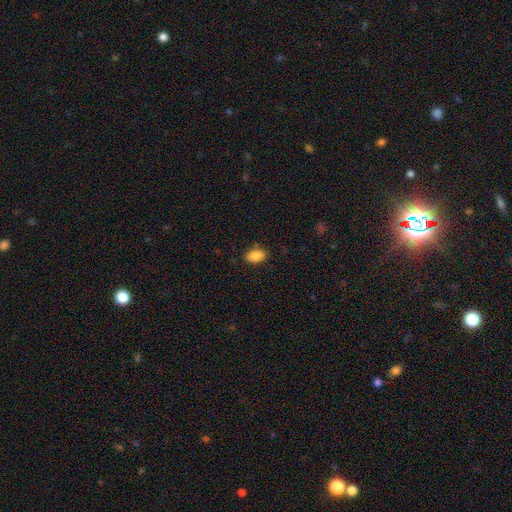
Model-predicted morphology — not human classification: Smooth or featured? Predicted: smooth (p=0.88). How rounded? Predicted: in between (p=0.92). Merging? Predicted: none (p=0.84).